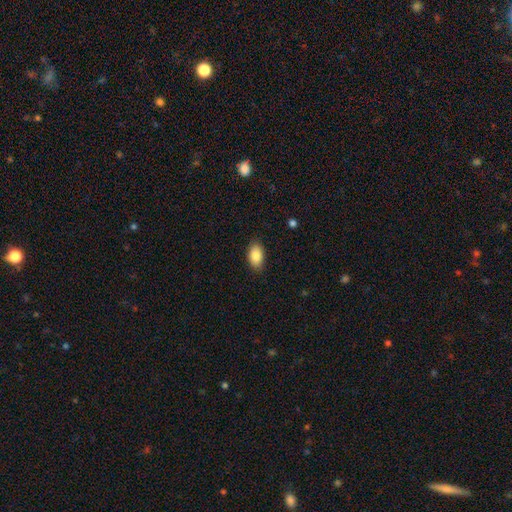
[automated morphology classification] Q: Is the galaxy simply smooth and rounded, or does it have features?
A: smooth — 86%.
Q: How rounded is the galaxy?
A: in between — 92%.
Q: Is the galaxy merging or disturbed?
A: none — 85%.